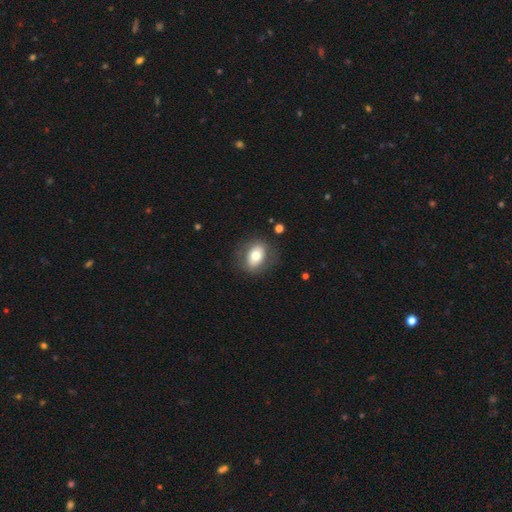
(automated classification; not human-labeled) This is likely a smooth galaxy (69%). How rounded: likely in between (67%). Merging: likely none (80%).